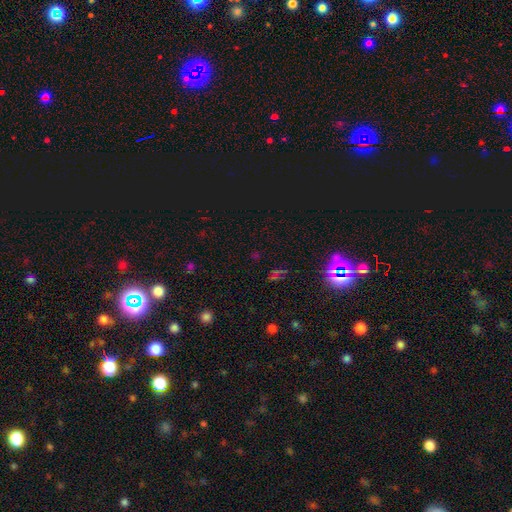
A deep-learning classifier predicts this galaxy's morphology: star or artifact 70%, smooth 21%, featured or disk 8%.